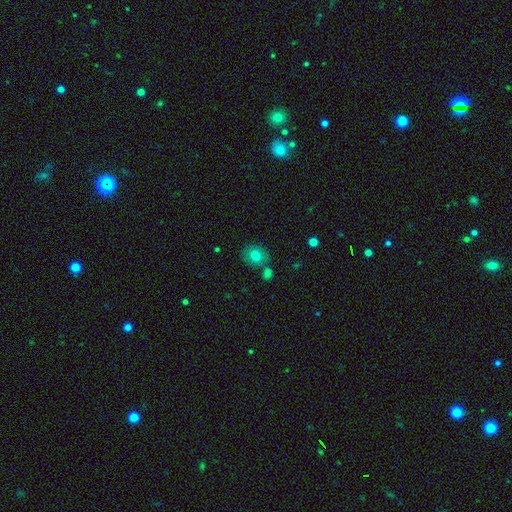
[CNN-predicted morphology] Overall: smooth (78%). How rounded: round (73%). Merging: none (74%).